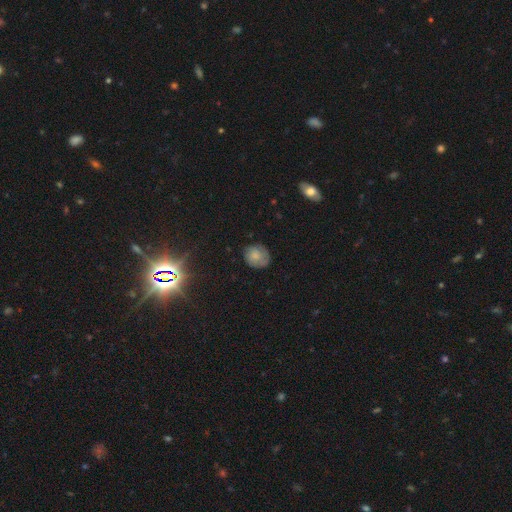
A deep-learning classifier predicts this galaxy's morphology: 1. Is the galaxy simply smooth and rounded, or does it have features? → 72% smooth, 18% featured or disk, 10% star or artifact.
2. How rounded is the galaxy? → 72% round, 27% in between, 1% cigar-shaped.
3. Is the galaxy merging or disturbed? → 72% none, 21% minor disturbance, 5% major disturbance, 1% merger.